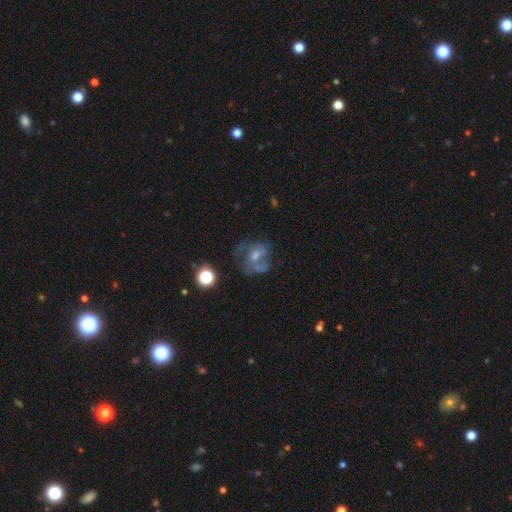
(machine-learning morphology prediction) Smooth or featured: featured or disk — 62% (smooth — 22%)
Edge-on disk: no — 97% (yes — 3%)
Bar: no — 54% (weak — 35%)
Spiral arms: yes — 69% (no — 31%)
Bulge size: moderate — 51% (small — 37%)
Merging: none — 51% (major disturbance — 18%)